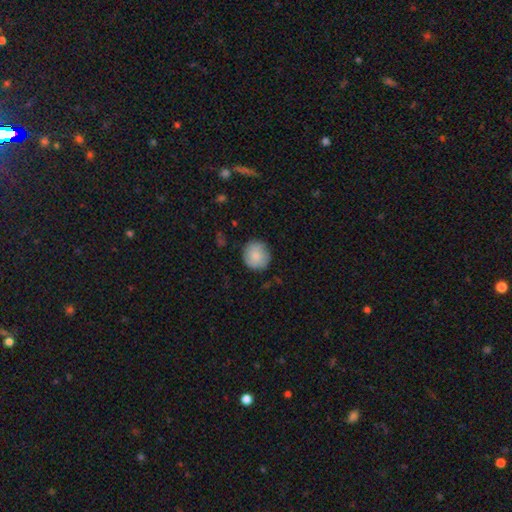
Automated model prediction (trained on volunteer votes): Overall: smooth (81%). How rounded: round (91%). Merging: none (84%).